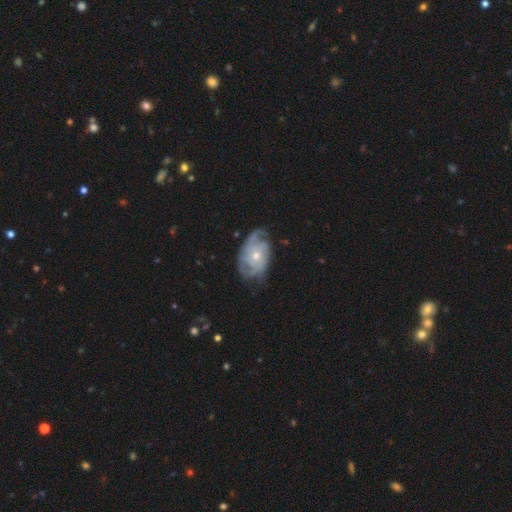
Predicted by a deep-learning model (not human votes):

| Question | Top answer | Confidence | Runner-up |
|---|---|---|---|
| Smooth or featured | featured or disk | 83% | smooth (12%) |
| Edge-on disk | no | 96% | yes (4%) |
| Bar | no | 76% | weak (21%) |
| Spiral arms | yes | 92% | no (8%) |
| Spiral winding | tight | 51% | medium (35%) |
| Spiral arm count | can't tell | 33% | 3 (23%) |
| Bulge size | moderate | 50% | small (46%) |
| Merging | none | 65% | minor disturbance (23%) |